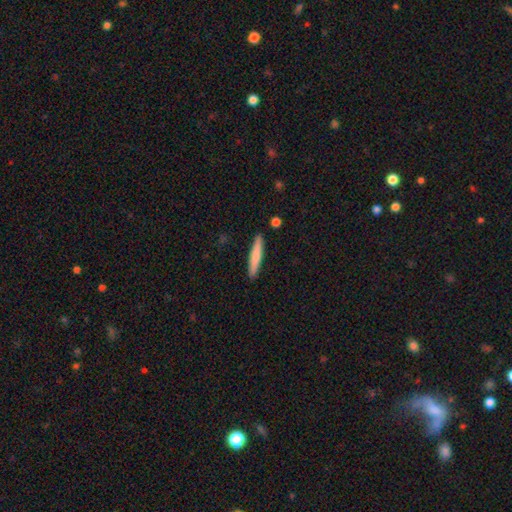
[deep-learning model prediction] Smooth or featured? Predicted: smooth (p=0.73). How rounded? Predicted: cigar-shaped (p=0.93). Merging? Predicted: none (p=0.90).